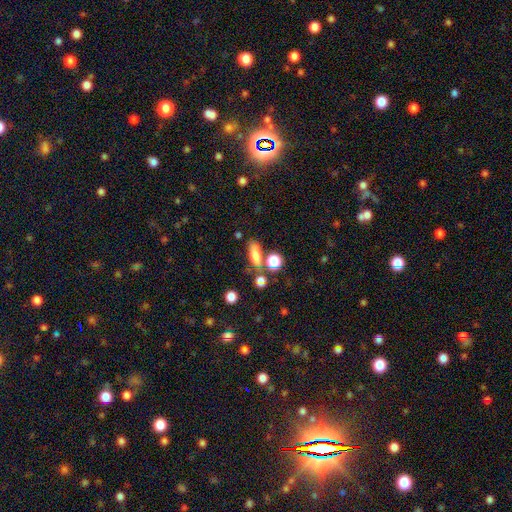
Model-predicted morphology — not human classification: Smooth or featured? Predicted: smooth (p=0.73). How rounded? Predicted: in between (p=0.61). Merging? Predicted: none (p=0.64).